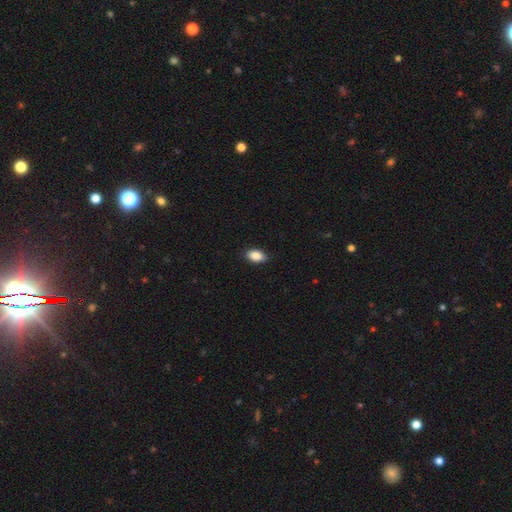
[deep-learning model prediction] This is clearly a smooth galaxy (86%). How rounded: clearly in between (90%). Merging: clearly none (86%).